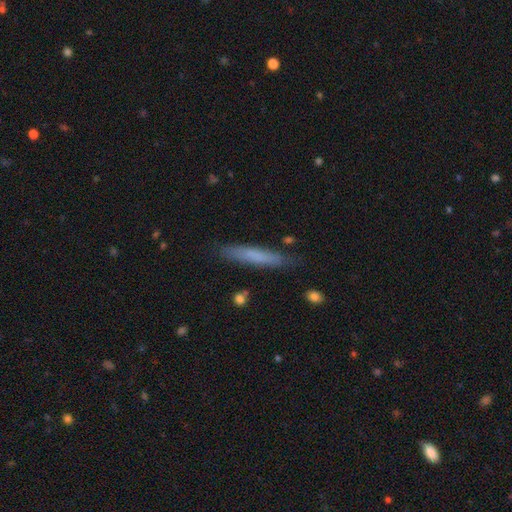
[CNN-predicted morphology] Smooth or featured: smooth — 67% (featured or disk — 26%)
How rounded: cigar-shaped — 92% (in between — 6%)
Merging: none — 83% (minor disturbance — 13%)